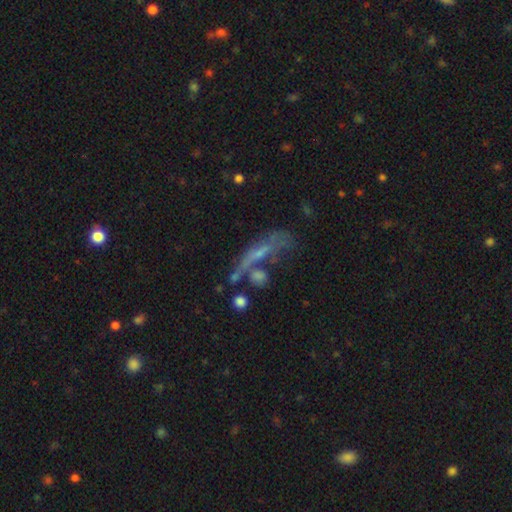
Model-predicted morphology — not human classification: smooth-or-featured: featured or disk: 48% | smooth: 37% | star or artifact: 15%
  merging: none: 34% | major disturbance: 26% | merger: 23% | minor disturbance: 18%